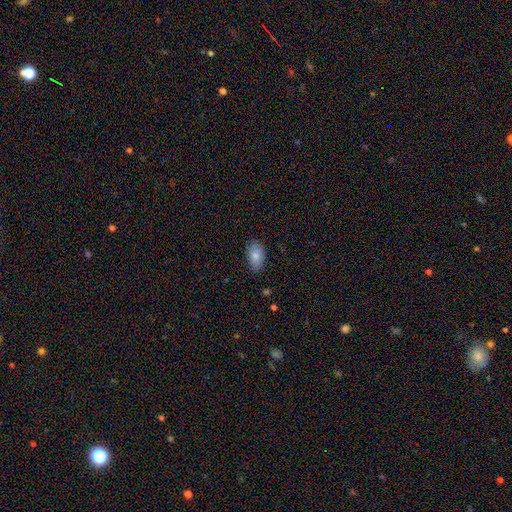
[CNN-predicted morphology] smooth-or-featured: smooth: 82% | featured or disk: 11% | star or artifact: 7%
  how-rounded: in between: 93% | round: 5% | cigar-shaped: 2%
  merging: none: 85% | minor disturbance: 12% | major disturbance: 2% | merger: 1%